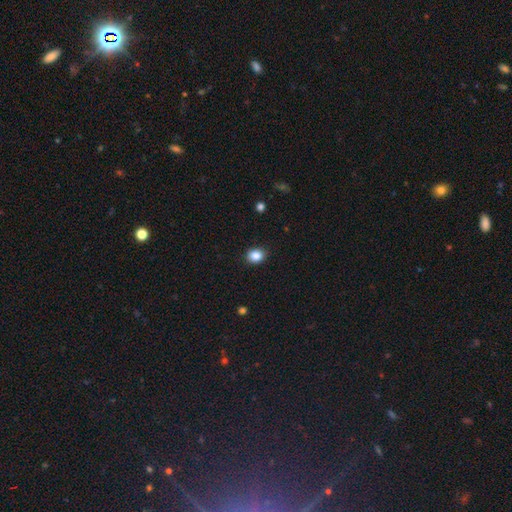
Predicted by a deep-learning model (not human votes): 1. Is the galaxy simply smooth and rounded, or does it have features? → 86% smooth, 10% star or artifact, 4% featured or disk.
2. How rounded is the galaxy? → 58% round, 42% in between, 1% cigar-shaped.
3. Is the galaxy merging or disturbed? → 89% none, 8% minor disturbance, 2% major disturbance, 1% merger.